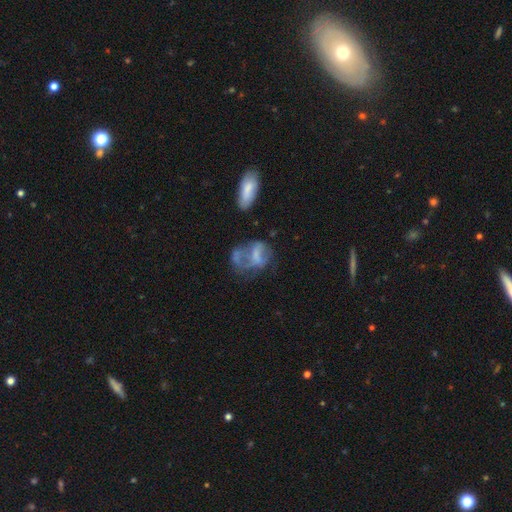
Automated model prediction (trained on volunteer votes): A featured or disk galaxy (50%). Merging: major disturbance (38%).